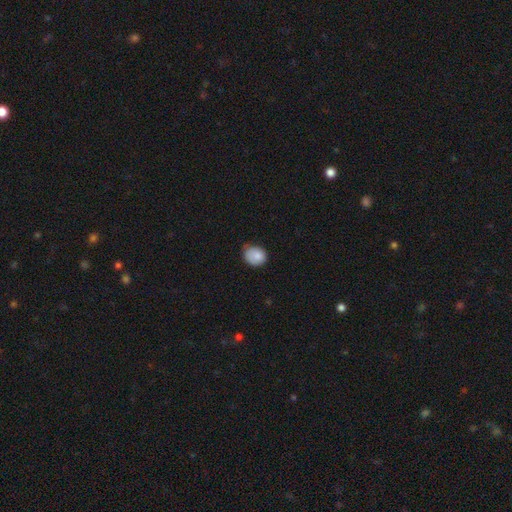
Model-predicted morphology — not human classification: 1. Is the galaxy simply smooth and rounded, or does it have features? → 85% smooth, 8% star or artifact, 7% featured or disk.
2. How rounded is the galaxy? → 65% round, 35% in between, 1% cigar-shaped.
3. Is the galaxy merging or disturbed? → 57% none, 35% minor disturbance, 6% major disturbance, 2% merger.